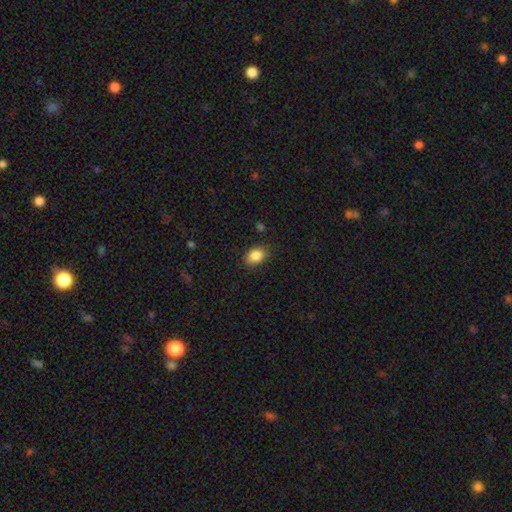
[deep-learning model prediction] Smooth or featured: smooth — 86% (star or artifact — 8%)
How rounded: in between — 78% (round — 21%)
Merging: none — 84% (minor disturbance — 12%)